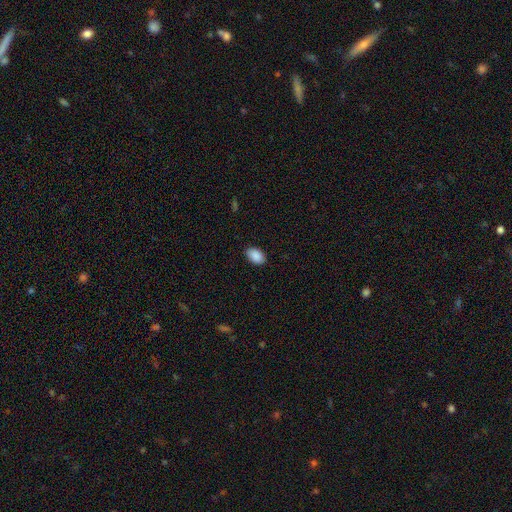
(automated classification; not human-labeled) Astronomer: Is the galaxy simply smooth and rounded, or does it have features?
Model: smooth — 90%.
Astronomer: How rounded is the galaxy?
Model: in between — 90%.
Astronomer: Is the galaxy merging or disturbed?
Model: none — 86%.